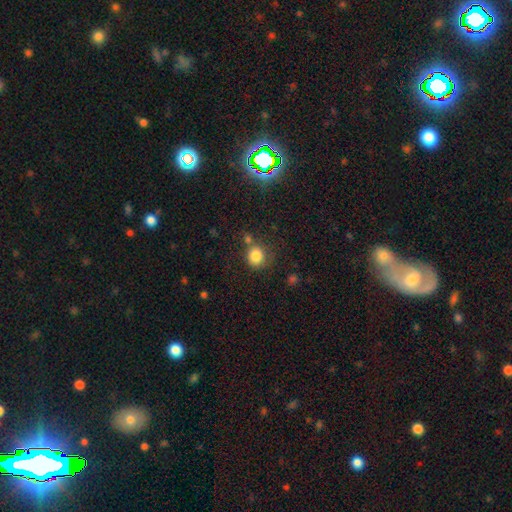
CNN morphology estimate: type=smooth (83%); roundness=round (81%); merging=none (64%).